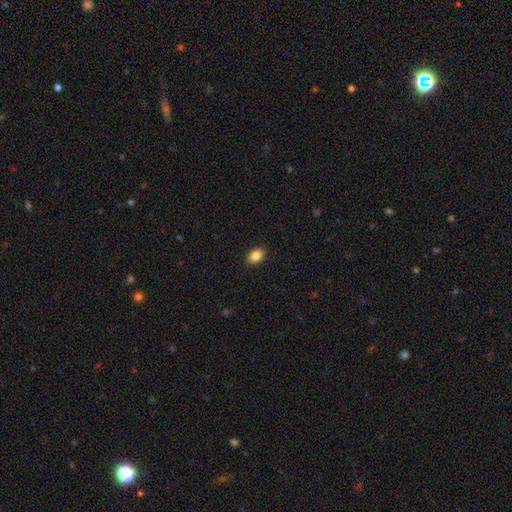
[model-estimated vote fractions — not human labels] smooth_or_featured: smooth (p=0.85) [alt: star or artifact p=0.09]
how_rounded: in between (p=0.78) [alt: round p=0.21]
merging: none (p=0.88) [alt: minor disturbance p=0.09]